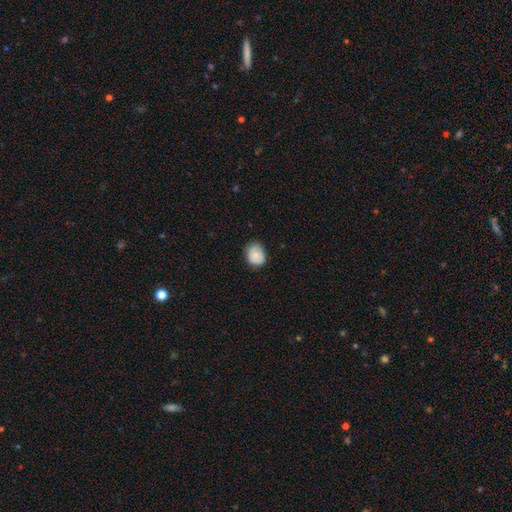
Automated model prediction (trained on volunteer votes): smooth_or_featured: smooth (p=0.84) [alt: featured or disk p=0.09]
how_rounded: round (p=0.51) [alt: in between p=0.48]
merging: none (p=0.66) [alt: minor disturbance p=0.28]